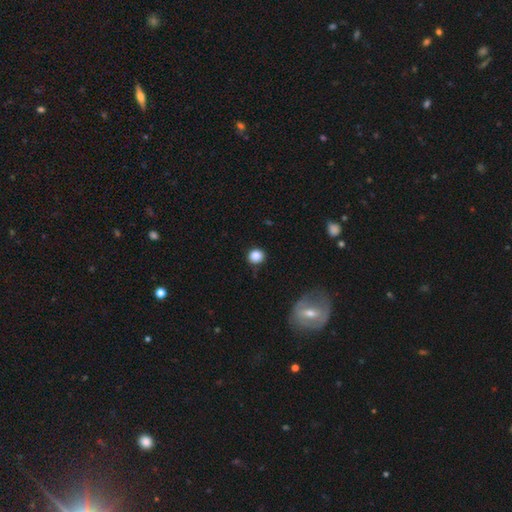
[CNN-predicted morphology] This appears to be a smooth galaxy with no disk features (85%) that is round (89%). Merging: none (87%).